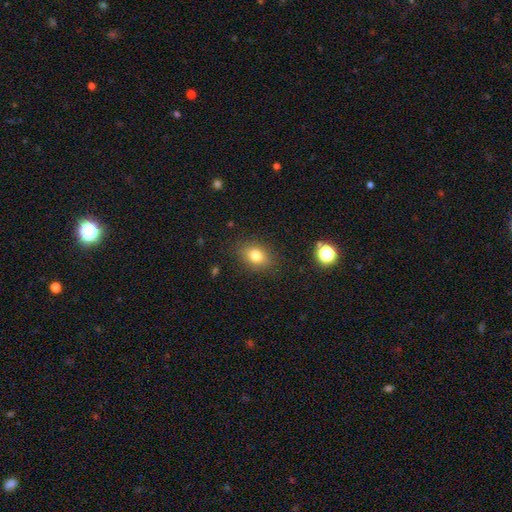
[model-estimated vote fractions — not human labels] This appears to be a smooth galaxy with no disk features (79%) that is in between round and cigar-shaped (67%). Merging: none (86%).